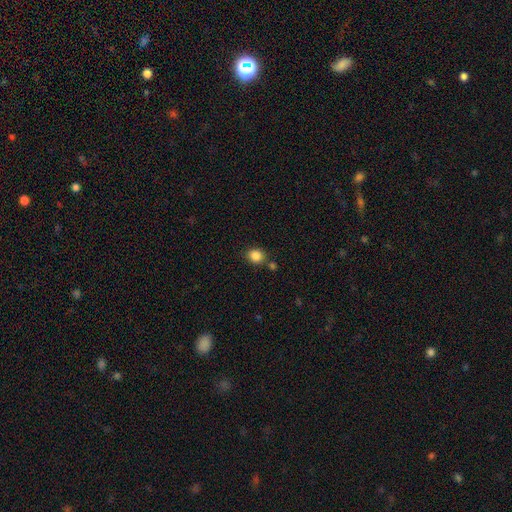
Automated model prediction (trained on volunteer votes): Smooth or featured?
  - smooth: 86% *
  - star or artifact: 10%
  - featured or disk: 4%
How rounded?
  - round: 66% *
  - in between: 33%
  - cigar-shaped: 1%
Merging?
  - none: 73% *
  - minor disturbance: 12%
  - merger: 11%
  - major disturbance: 4%